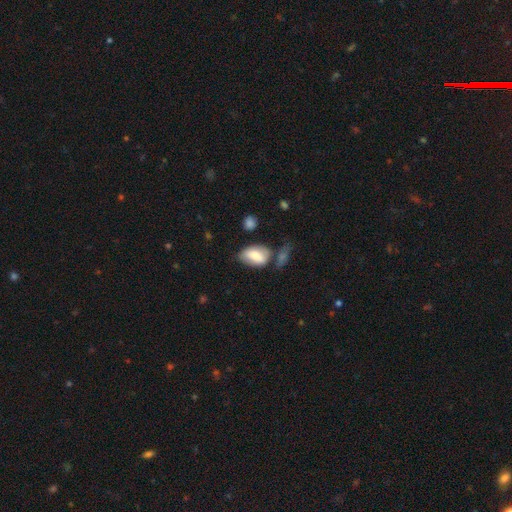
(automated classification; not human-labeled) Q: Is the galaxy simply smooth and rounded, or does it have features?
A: smooth — 71%.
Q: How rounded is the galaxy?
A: in between — 89%.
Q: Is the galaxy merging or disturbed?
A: none — 44%.